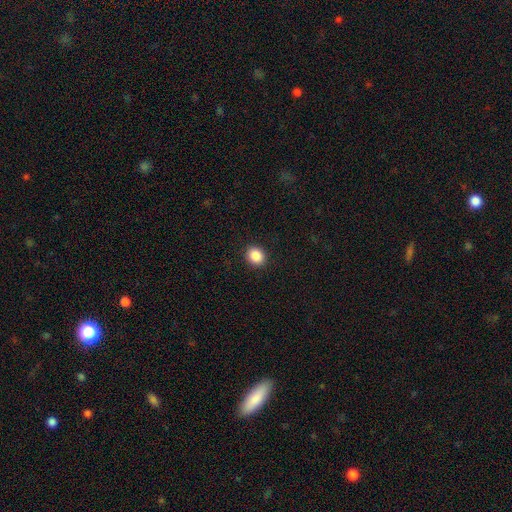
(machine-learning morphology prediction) A smooth galaxy with no disk features (88%) that is round (69%).

Vote fractions:
- Smooth or featured? smooth: 88% / star or artifact: 9% / featured or disk: 3%
- How rounded? round: 69% / in between: 31% / cigar-shaped: 1%
- Merging? none: 91% / minor disturbance: 6% / major disturbance: 2% / merger: 1%